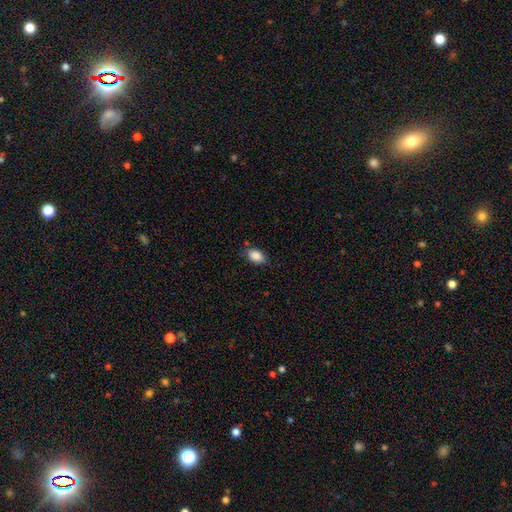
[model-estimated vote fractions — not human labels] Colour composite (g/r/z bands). It shows a smooth galaxy with no disk features (87%) that is in between round and cigar-shaped (84%). Merging: none (71%).